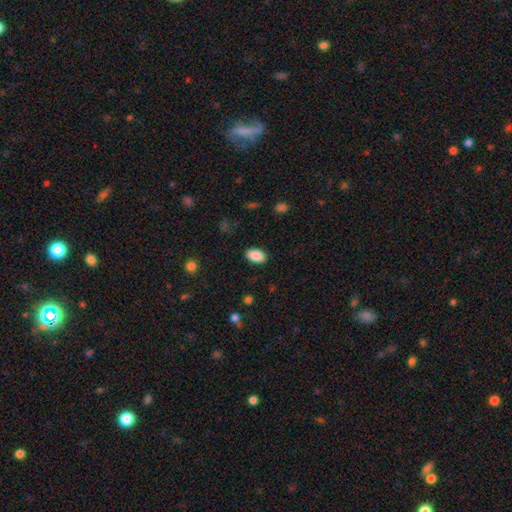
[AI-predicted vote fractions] Smooth or featured: smooth — 89% (star or artifact — 7%)
How rounded: in between — 93% (round — 6%)
Merging: none — 88% (minor disturbance — 8%)